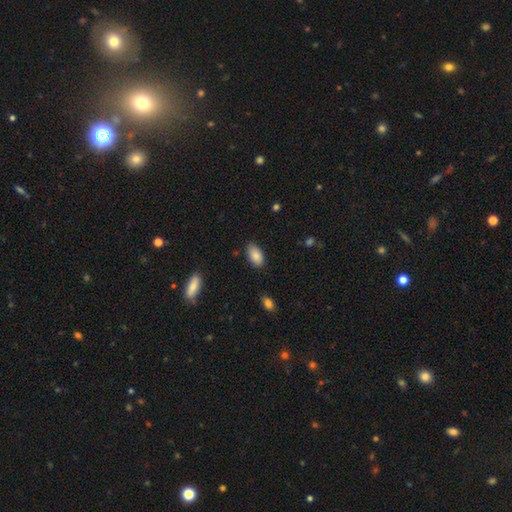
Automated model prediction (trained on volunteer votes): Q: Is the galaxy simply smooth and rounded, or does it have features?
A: smooth — 86%.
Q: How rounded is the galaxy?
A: in between — 94%.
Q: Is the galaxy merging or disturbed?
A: none — 82%.